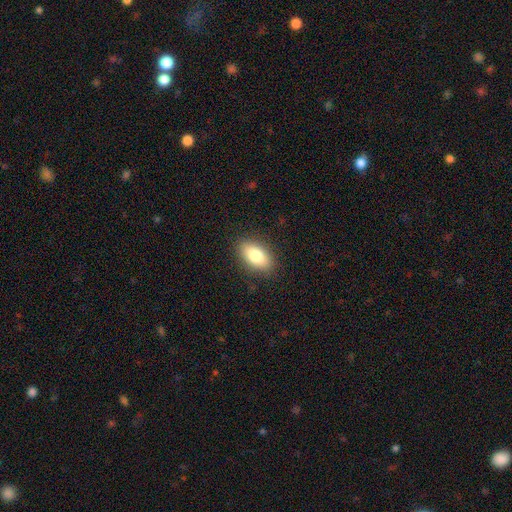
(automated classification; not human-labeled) Smooth or featured? smooth (82%)
How rounded? in between (91%)
Merging? none (88%)